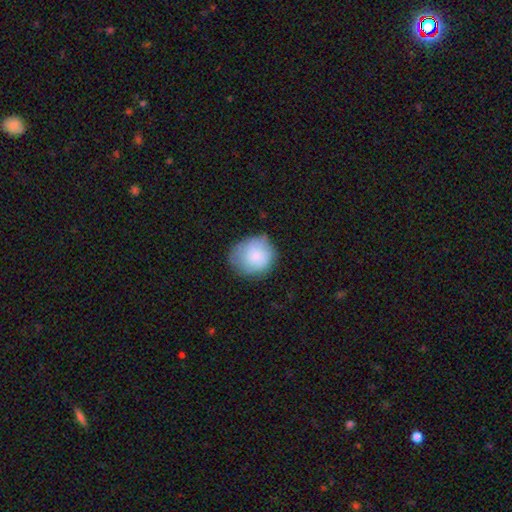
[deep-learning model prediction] Overall: smooth (80%). How rounded: round (80%). Merging: none (58%; minor disturbance 30%).